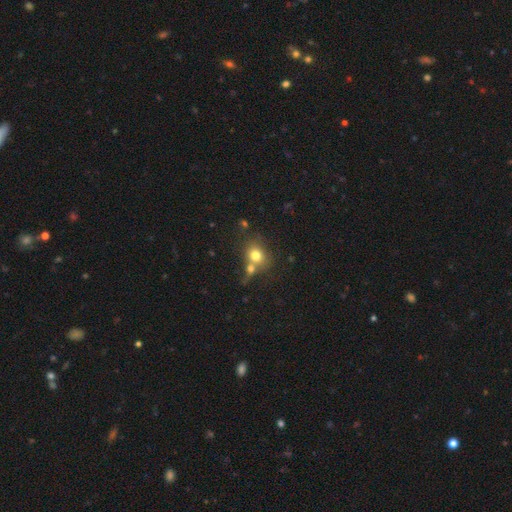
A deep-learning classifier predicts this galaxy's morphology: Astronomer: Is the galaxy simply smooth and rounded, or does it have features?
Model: smooth — 75%.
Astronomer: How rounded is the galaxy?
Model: round — 65%.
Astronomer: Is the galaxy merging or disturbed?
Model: none — 44% (runner-up: merger, 39%).